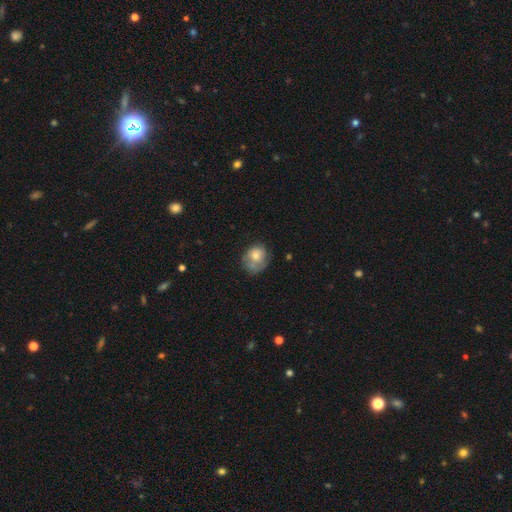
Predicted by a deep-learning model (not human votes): This is likely a smooth galaxy (67%). How rounded: possibly round (60%). Merging: possibly none (47%).